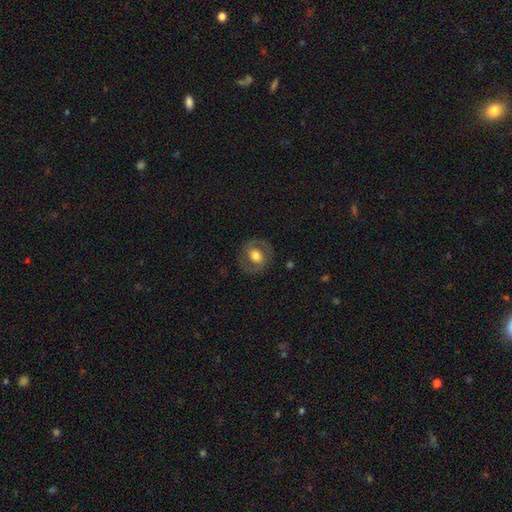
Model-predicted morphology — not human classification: A featured or disk galaxy (52%). Merging: none (80%).